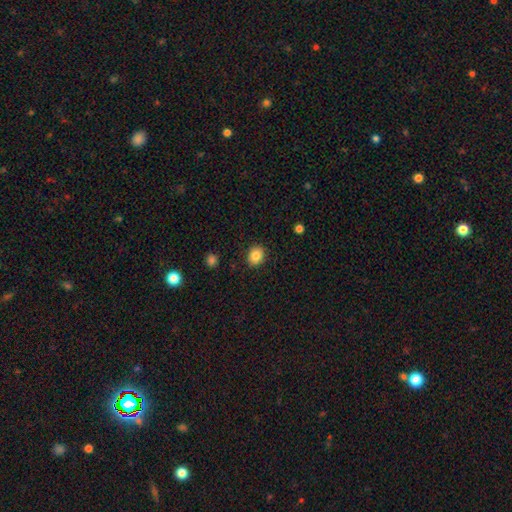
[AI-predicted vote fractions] smooth-or-featured: smooth: 84% | star or artifact: 9% | featured or disk: 6%
  how-rounded: round: 57% | in between: 42% | cigar-shaped: 1%
  merging: none: 89% | minor disturbance: 8% | major disturbance: 2% | merger: 1%